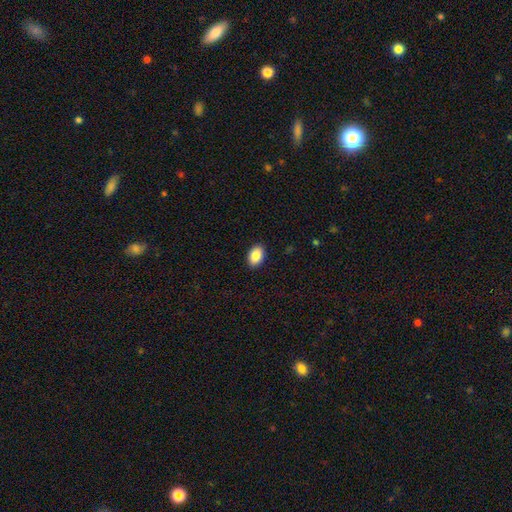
A smooth galaxy with no disk features (85%) that is in between round and cigar-shaped (74%).

Vote fractions:
- Smooth or featured? smooth: 85% / featured or disk: 10% / star or artifact: 5%
- How rounded? in between: 74% / round: 26% / cigar-shaped: 0%
- Merging? none: 92% / minor disturbance: 5% / merger: 3% / major disturbance: 0%